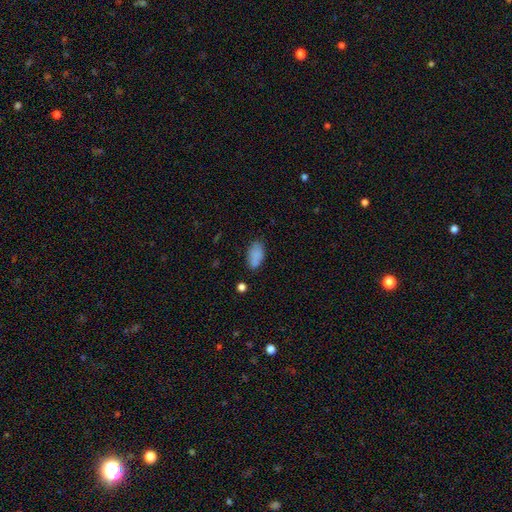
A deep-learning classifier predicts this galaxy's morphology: A smooth galaxy with no disk features (85%) that is in between round and cigar-shaped (92%). Merging: none (73%).